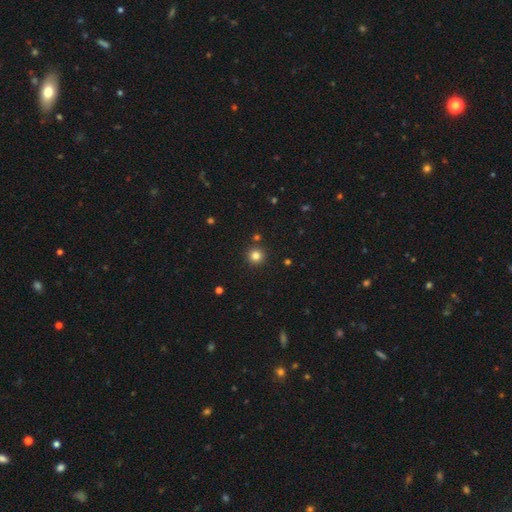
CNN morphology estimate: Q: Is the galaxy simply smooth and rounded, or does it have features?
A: smooth — 82%.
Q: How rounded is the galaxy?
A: round — 96%.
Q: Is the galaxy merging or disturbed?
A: none — 89%.